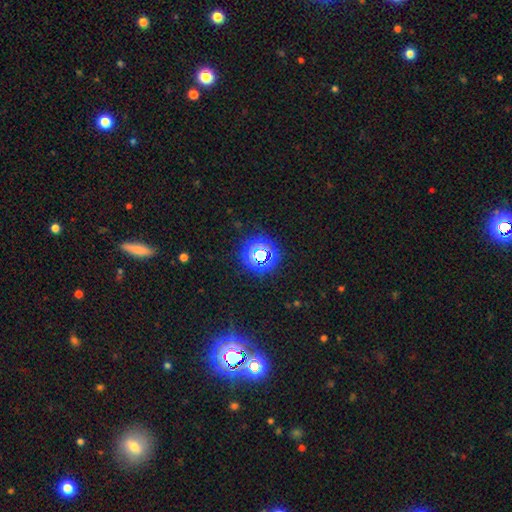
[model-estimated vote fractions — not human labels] star or artifact 73%, smooth 18%, featured or disk 9%.